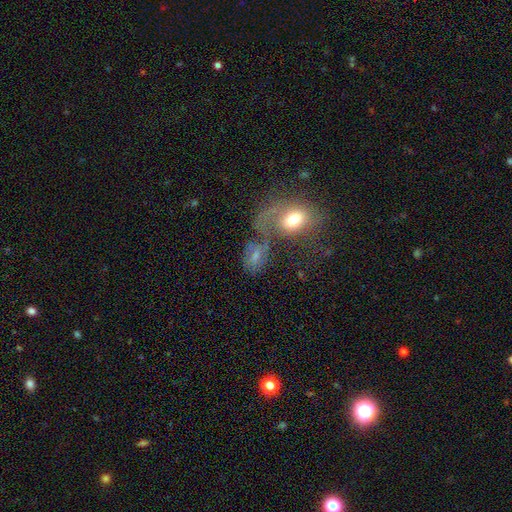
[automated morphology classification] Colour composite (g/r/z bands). It shows a smooth galaxy with no disk features (53%) that is in between round and cigar-shaped (77%). Merging: none (35%).